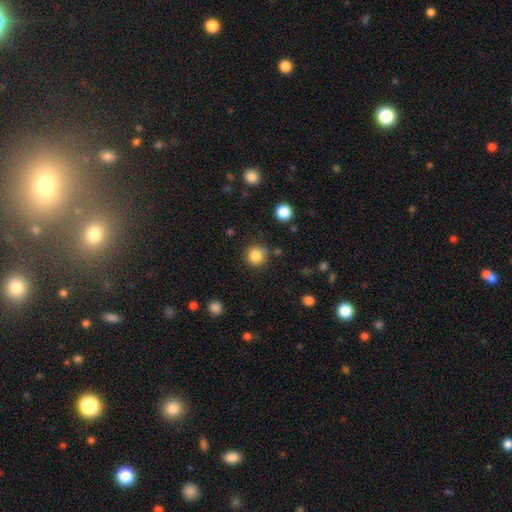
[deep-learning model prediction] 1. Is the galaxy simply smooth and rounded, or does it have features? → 84% smooth, 11% star or artifact, 5% featured or disk.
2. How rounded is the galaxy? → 93% round, 6% in between, 1% cigar-shaped.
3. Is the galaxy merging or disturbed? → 86% none, 9% minor disturbance, 3% merger, 3% major disturbance.